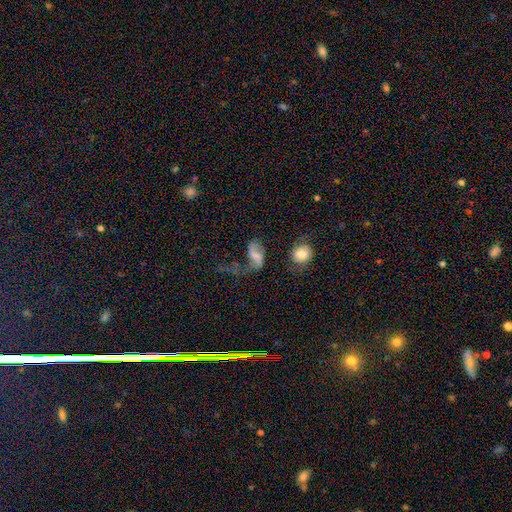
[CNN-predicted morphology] A featured or disk galaxy (54%) with a weak bar (42%), spiral arms (78%) and a small central bulge (35%).

Vote fractions:
- Smooth or featured? featured or disk: 54% / smooth: 34% / star or artifact: 12%
- Edge-on disk? no: 96% / yes: 4%
- Bar? weak: 42% / no: 40% / strong: 18%
- Spiral arms? yes: 78% / no: 22%
- Bulge size? small: 35% / none: 30% / moderate: 26% / large: 6% / dominant: 2%
- Merging? major disturbance: 36% / none: 31% / minor disturbance: 17% / merger: 16%